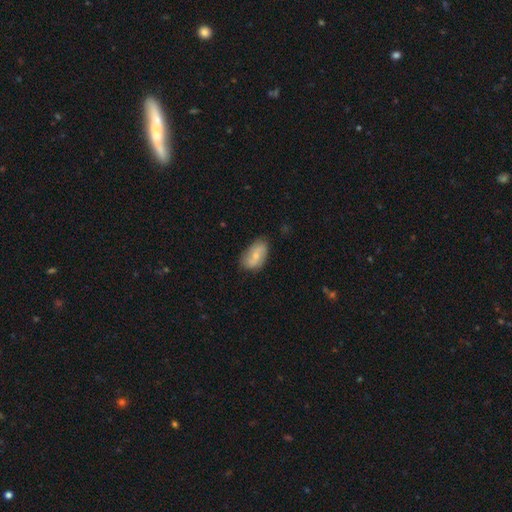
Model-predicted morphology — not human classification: Q: Smooth or featured?
A: smooth (51%); runner-up: featured or disk (42%)
Q: How rounded?
A: in between (90%); runner-up: round (7%)
Q: Merging?
A: none (73%); runner-up: minor disturbance (21%)